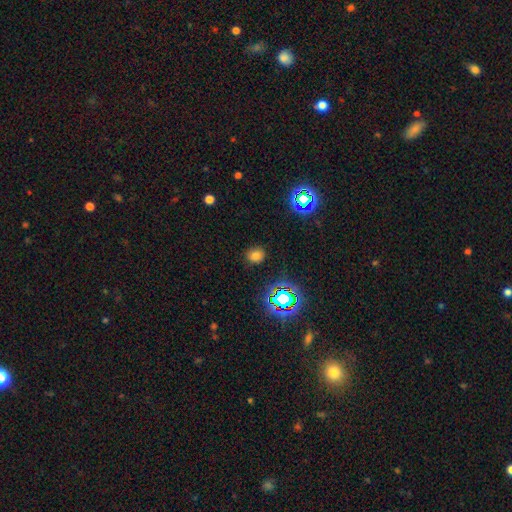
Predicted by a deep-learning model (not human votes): smooth 70%, star or artifact 23%, featured or disk 7%. Down the decision tree: how rounded — round (75%); merging — none (87%).